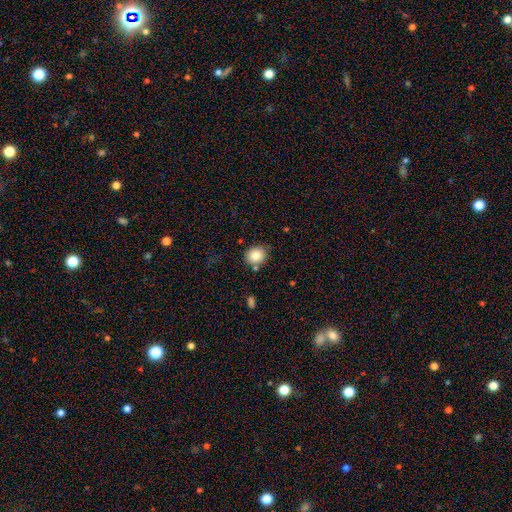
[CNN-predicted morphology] Overall: smooth (85%). How rounded: round (73%). Merging: none (78%).